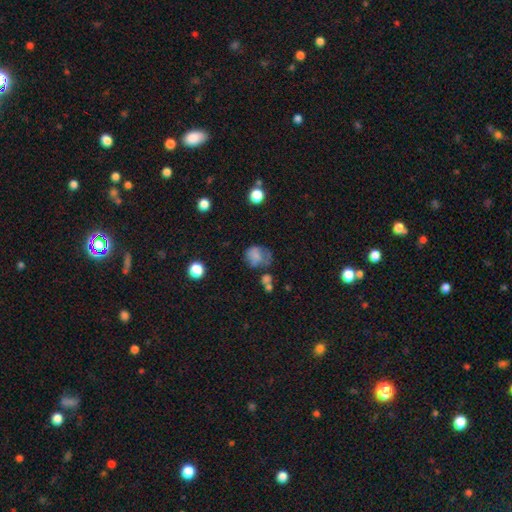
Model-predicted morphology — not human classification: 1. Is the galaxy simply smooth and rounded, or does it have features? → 68% smooth, 20% featured or disk, 12% star or artifact.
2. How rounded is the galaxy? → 58% round, 41% in between, 1% cigar-shaped.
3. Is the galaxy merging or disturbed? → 36% none, 27% minor disturbance, 26% major disturbance, 11% merger.